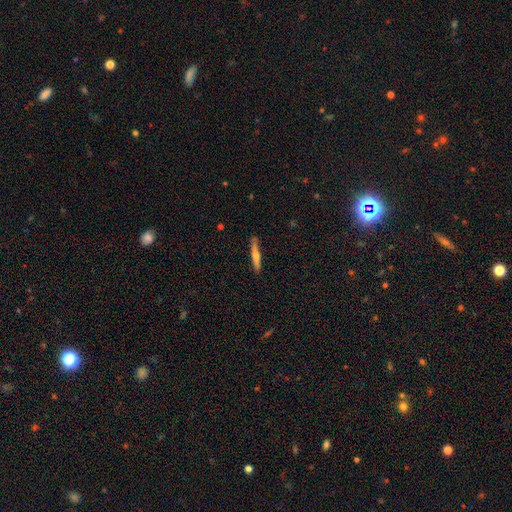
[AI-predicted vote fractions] A featured or disk galaxy (54%) viewed edge-on (96%) with a rounded central bulge (76%).

Vote fractions:
- Smooth or featured? featured or disk: 54% / smooth: 40% / star or artifact: 6%
- Edge-on disk? yes: 96% / no: 4%
- Edge-on bulge? rounded: 76% / none: 18% / boxy: 7%
- Merging? none: 87% / minor disturbance: 9% / major disturbance: 2% / merger: 2%